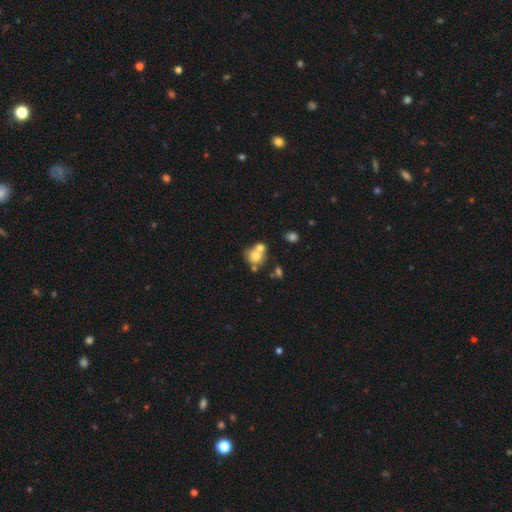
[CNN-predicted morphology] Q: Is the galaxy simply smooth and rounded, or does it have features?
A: smooth — 69%.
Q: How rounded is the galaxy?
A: round — 78%.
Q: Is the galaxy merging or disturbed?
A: merger — 47%.